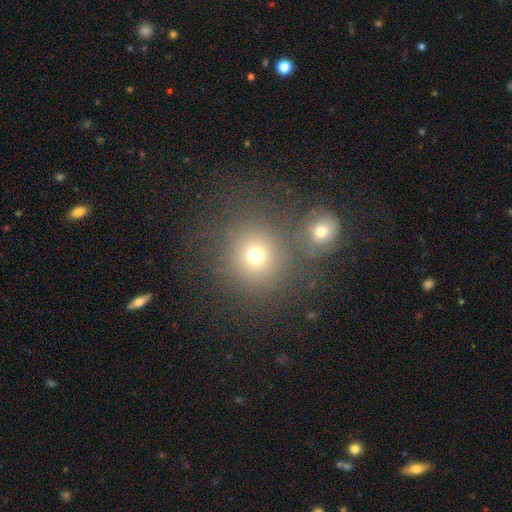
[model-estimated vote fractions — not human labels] Smooth or featured?
  - smooth: 71% *
  - star or artifact: 17%
  - featured or disk: 12%
How rounded?
  - round: 87% *
  - in between: 12%
  - cigar-shaped: 1%
Merging?
  - none: 63% *
  - merger: 22%
  - minor disturbance: 9%
  - major disturbance: 6%